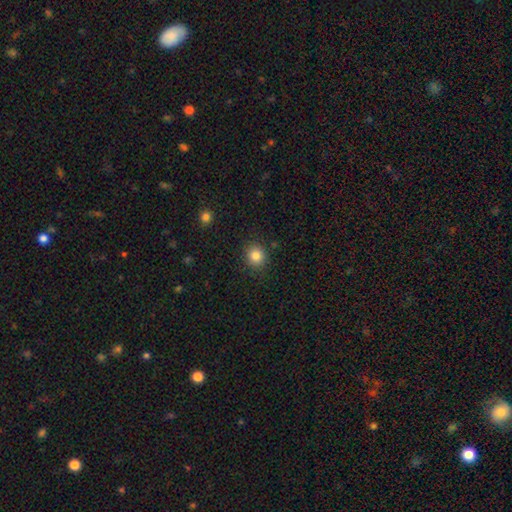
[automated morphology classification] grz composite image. It shows a smooth galaxy with no disk features (84%) that is round (83%). Merging: none (89%).